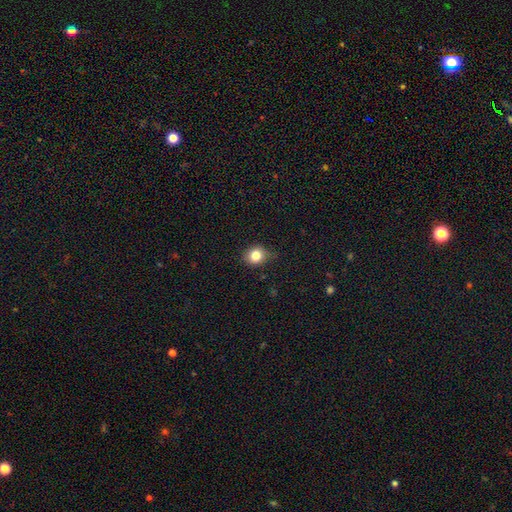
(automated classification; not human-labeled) This is clearly a smooth galaxy (81%). How rounded: likely round (70%). Merging: likely none (79%).